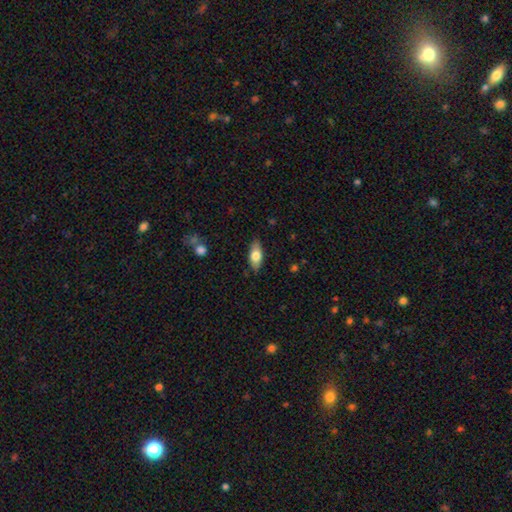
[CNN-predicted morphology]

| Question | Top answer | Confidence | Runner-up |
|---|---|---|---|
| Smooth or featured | smooth | 73% | featured or disk (21%) |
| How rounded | in between | 83% | cigar-shaped (14%) |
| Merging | none | 85% | minor disturbance (12%) |